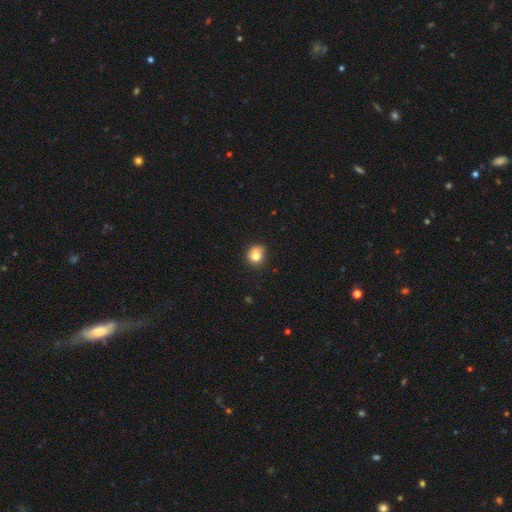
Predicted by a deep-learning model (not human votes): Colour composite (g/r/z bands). It shows a smooth galaxy with no disk features (79%) that is round (75%). Merging: none (64%).